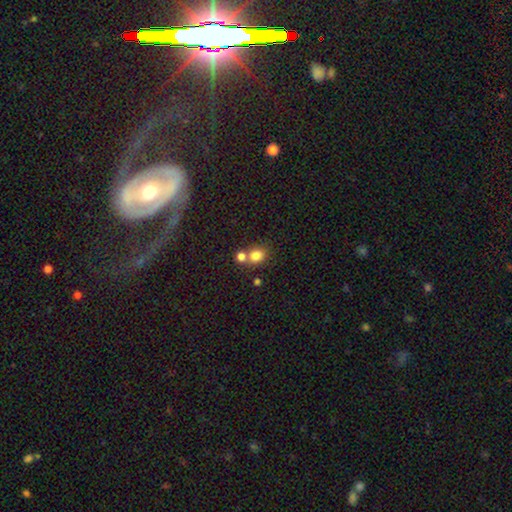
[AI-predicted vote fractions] A smooth galaxy with no disk features (81%) that is round (65%).

Vote fractions:
- Smooth or featured? smooth: 81% / star or artifact: 12% / featured or disk: 7%
- How rounded? round: 65% / in between: 34% / cigar-shaped: 1%
- Merging? none: 51% / merger: 38% / minor disturbance: 8% / major disturbance: 3%